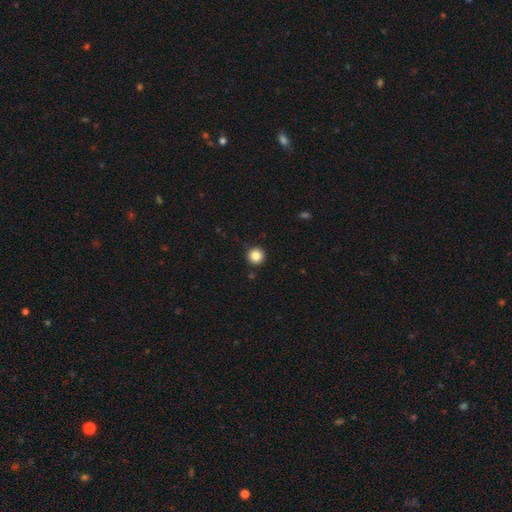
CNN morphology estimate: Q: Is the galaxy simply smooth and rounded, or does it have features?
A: smooth — 85%.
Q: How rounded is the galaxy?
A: round — 96%.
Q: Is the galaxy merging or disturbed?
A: none — 93%.